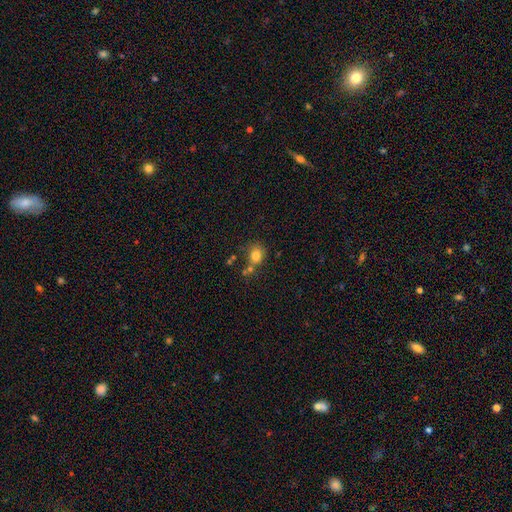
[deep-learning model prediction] This appears to be a smooth galaxy with no disk features (81%) that is round (66%). Merging: none (59%).